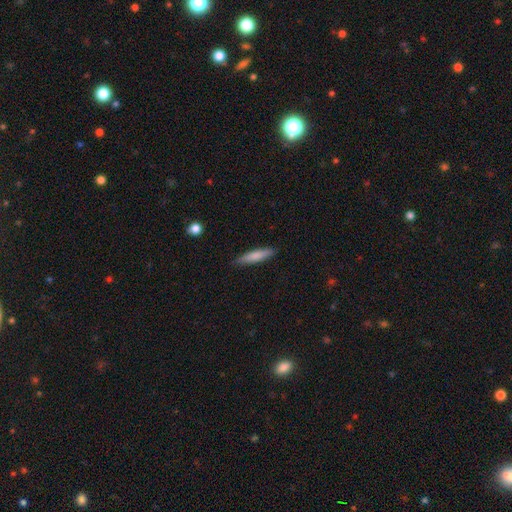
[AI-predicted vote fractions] This is likely a smooth galaxy (76%). How rounded: clearly cigar-shaped (86%). Merging: clearly none (86%).